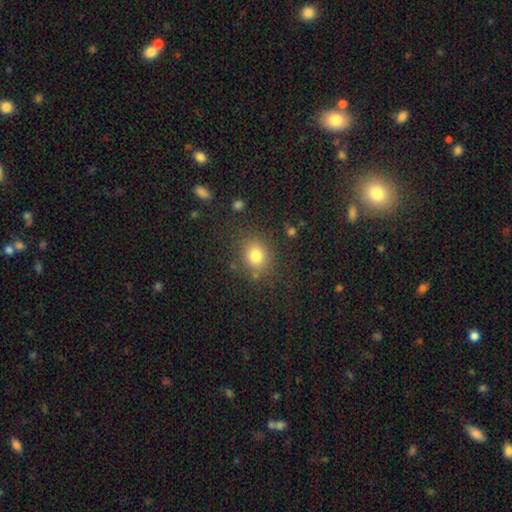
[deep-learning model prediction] This is likely a smooth galaxy (79%). How rounded: likely round (71%). Merging: clearly none (82%).